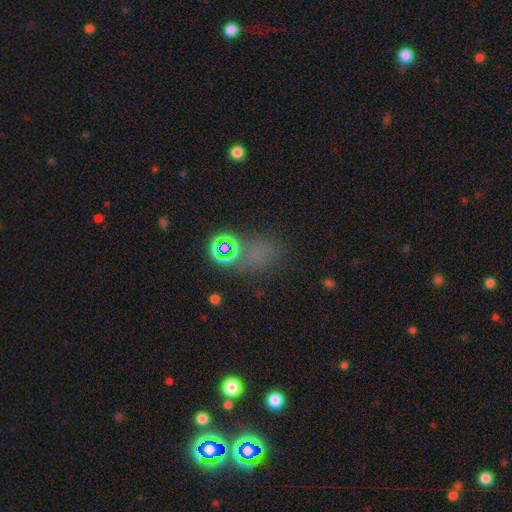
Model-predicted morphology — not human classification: This is possibly a star or artifact rather than a galaxy (48%).